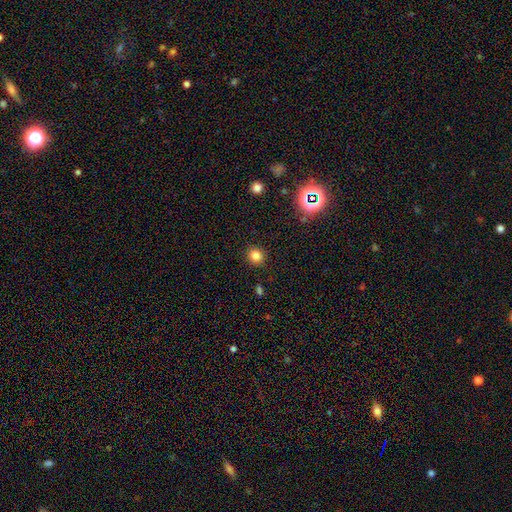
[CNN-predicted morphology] Q: Smooth or featured?
A: smooth (81%); runner-up: star or artifact (14%)
Q: How rounded?
A: round (87%); runner-up: in between (12%)
Q: Merging?
A: none (91%); runner-up: minor disturbance (6%)